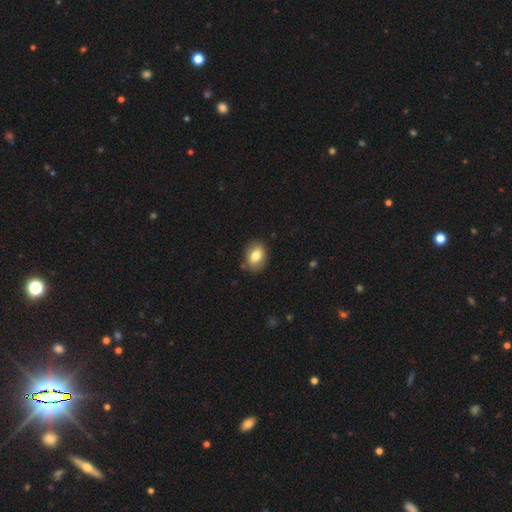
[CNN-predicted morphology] Overall: smooth (79%). How rounded: in between (68%; round 31%). Merging: none (84%).